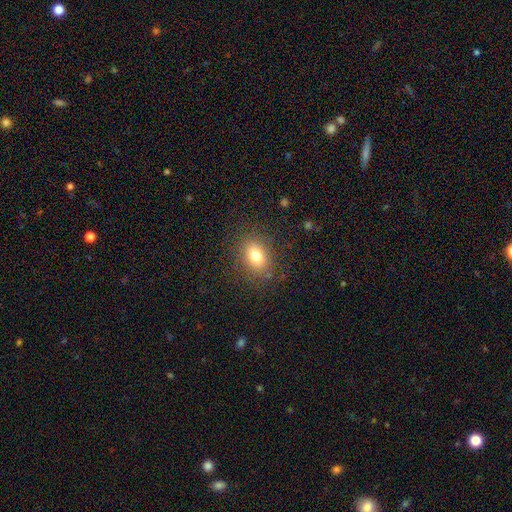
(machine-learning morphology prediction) Overall: smooth (77%). How rounded: in between (67%; round 32%). Merging: none (84%).